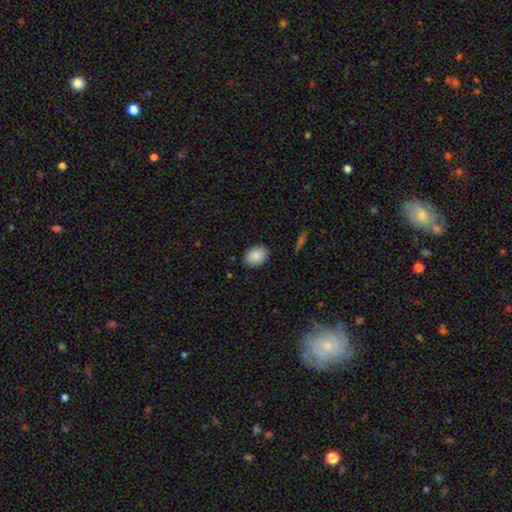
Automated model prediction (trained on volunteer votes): Smooth or featured: smooth — 88% (star or artifact — 7%)
How rounded: in between — 75% (round — 24%)
Merging: none — 87% (minor disturbance — 10%)